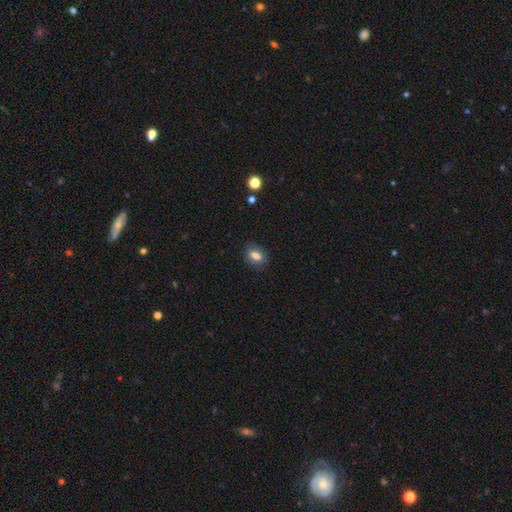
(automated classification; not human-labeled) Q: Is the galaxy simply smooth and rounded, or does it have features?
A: smooth — 80%.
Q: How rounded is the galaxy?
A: in between — 77%.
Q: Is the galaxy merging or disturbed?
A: none — 84%.